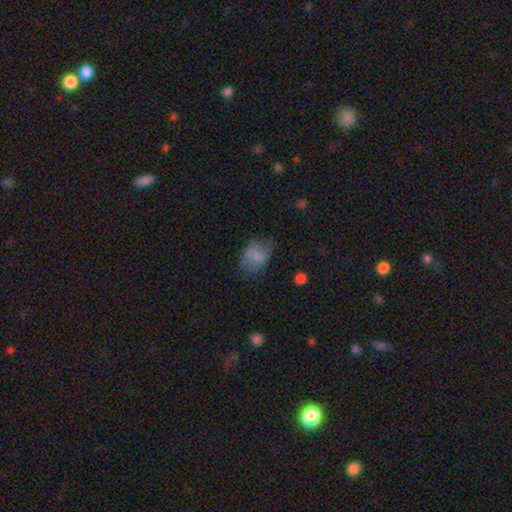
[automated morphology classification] smooth_or_featured: smooth (p=0.62) [alt: featured or disk p=0.28]
how_rounded: in between (p=0.76) [alt: round p=0.22]
merging: none (p=0.56) [alt: minor disturbance p=0.27]